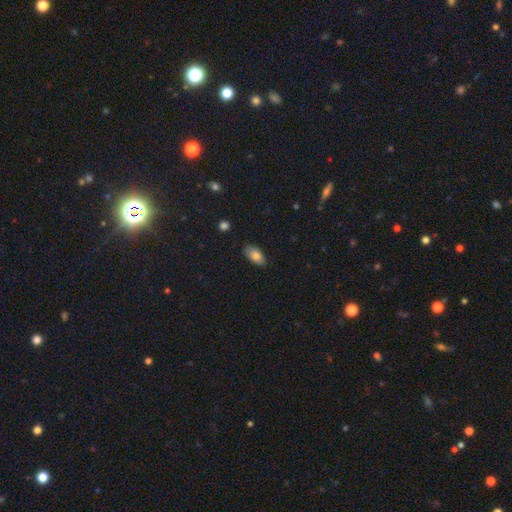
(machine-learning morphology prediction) The model was most divided on "merging": none: 79%, minor disturbance: 17%, major disturbance: 3%, merger: 1%. More confident: how rounded — in between (92%); smooth or featured — smooth (82%).